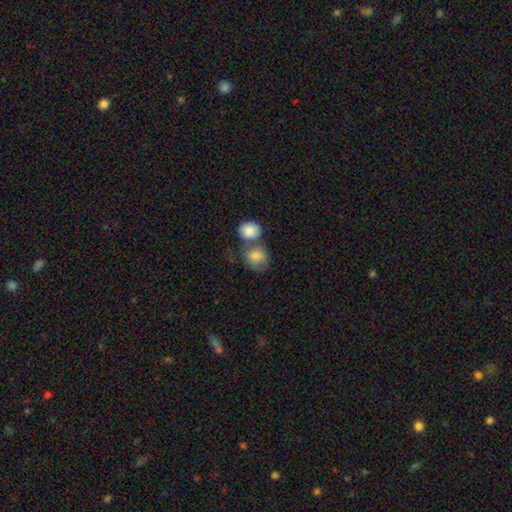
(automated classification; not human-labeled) Smooth or featured: smooth — 80% (featured or disk — 13%)
How rounded: round — 63% (in between — 36%)
Merging: merger — 50% (none — 31%)